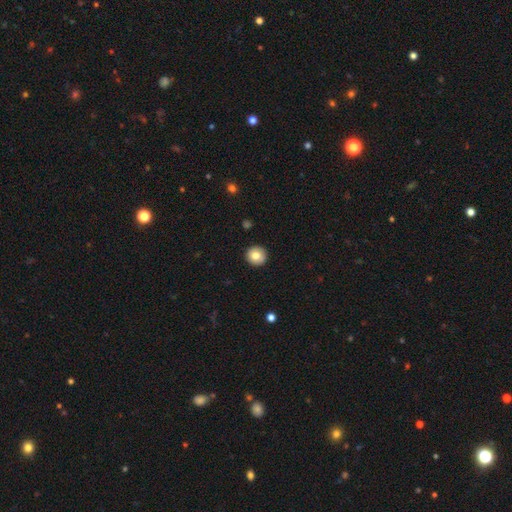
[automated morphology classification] type=smooth (81%); roundness=round (95%); merging=none (93%).